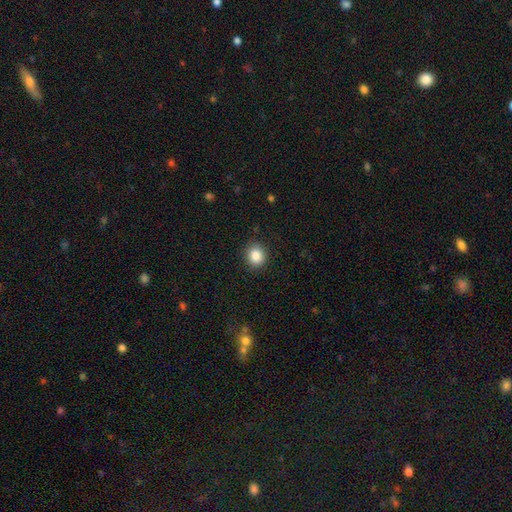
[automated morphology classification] A smooth galaxy with no disk features (86%) that is round (78%).

Vote fractions:
- Smooth or featured? smooth: 86% / star or artifact: 9% / featured or disk: 4%
- How rounded? round: 78% / in between: 22% / cigar-shaped: 1%
- Merging? none: 88% / minor disturbance: 8% / major disturbance: 2% / merger: 1%